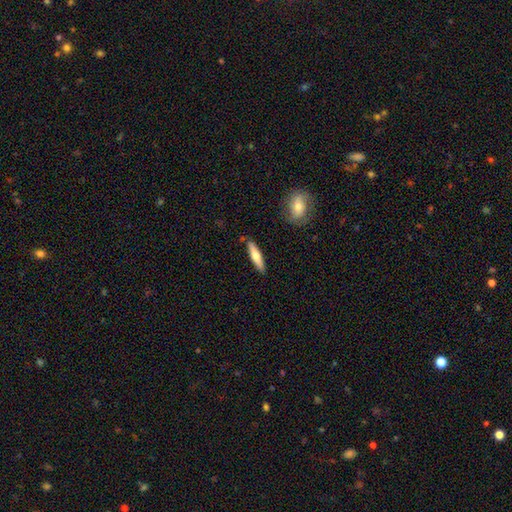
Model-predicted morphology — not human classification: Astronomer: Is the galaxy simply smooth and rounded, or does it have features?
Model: smooth — 59% (runner-up: featured or disk, 36%).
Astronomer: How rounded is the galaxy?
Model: cigar-shaped — 75%.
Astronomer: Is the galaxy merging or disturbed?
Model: none — 88%.